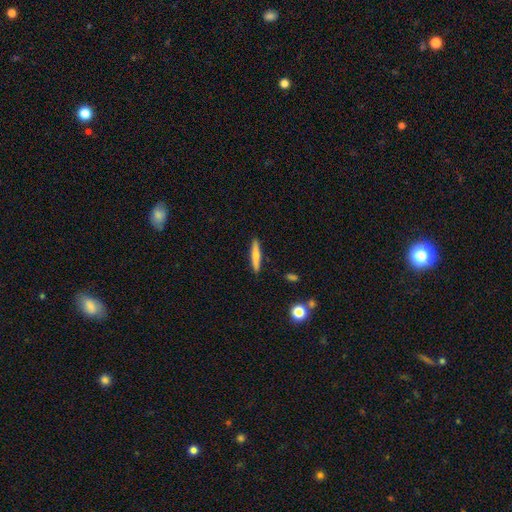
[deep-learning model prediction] This appears to be a smooth galaxy with no disk features (62%) that is cigar-shaped (91%). Merging: none (90%).